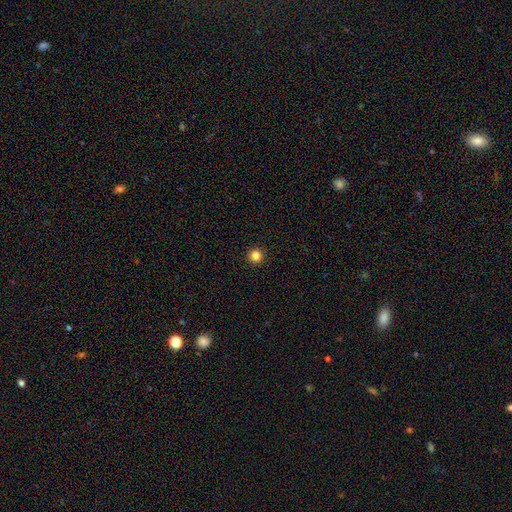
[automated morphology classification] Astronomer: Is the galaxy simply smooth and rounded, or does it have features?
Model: smooth — 84%.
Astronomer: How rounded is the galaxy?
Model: round — 96%.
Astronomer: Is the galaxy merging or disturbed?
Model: none — 94%.